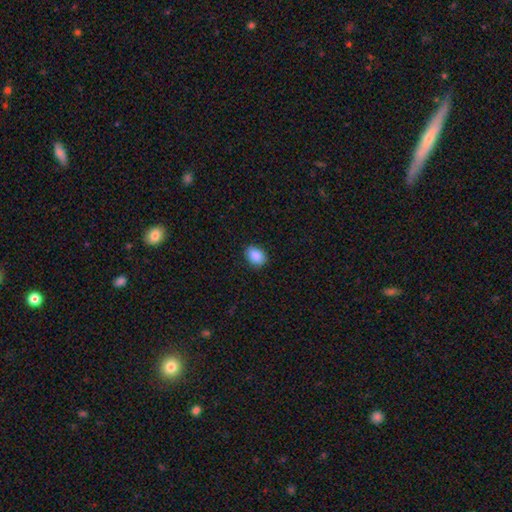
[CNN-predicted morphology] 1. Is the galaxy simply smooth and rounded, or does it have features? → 89% smooth, 7% star or artifact, 4% featured or disk.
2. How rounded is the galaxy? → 75% in between, 24% round, 1% cigar-shaped.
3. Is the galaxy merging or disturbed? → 87% none, 10% minor disturbance, 2% major disturbance, 1% merger.